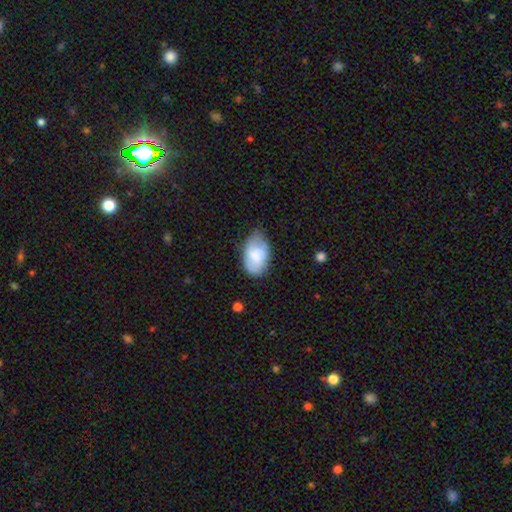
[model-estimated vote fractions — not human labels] Overall: smooth (72%). How rounded: in between (92%). Merging: none (61%; minor disturbance 30%).